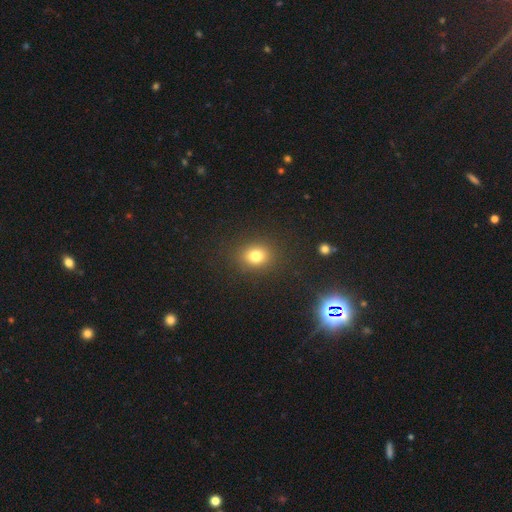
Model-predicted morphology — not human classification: This is likely a smooth galaxy (77%). How rounded: likely round (66%). Merging: clearly none (86%).